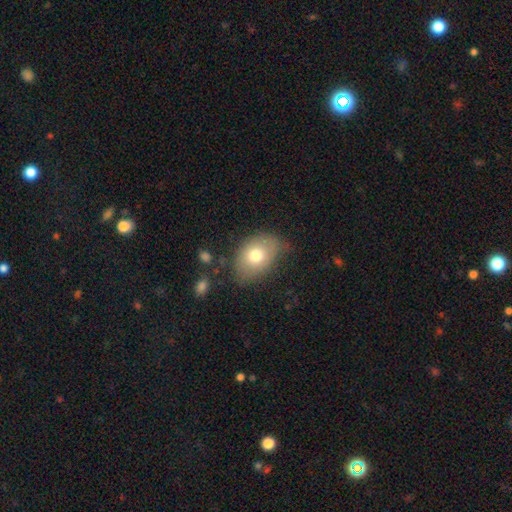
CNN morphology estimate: smooth-or-featured: smooth: 74% | featured or disk: 18% | star or artifact: 9%
  how-rounded: in between: 80% | round: 19% | cigar-shaped: 1%
  merging: none: 66% | minor disturbance: 24% | major disturbance: 8% | merger: 2%